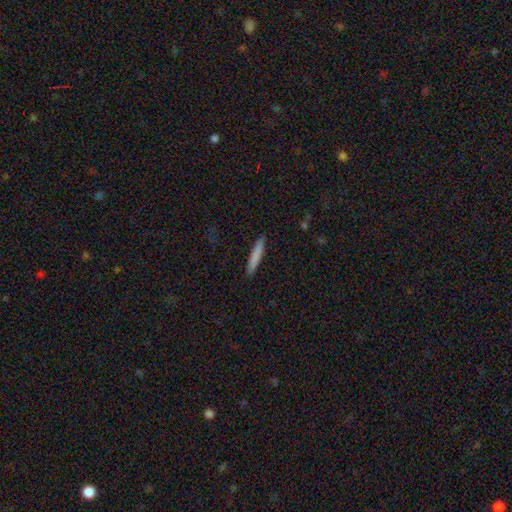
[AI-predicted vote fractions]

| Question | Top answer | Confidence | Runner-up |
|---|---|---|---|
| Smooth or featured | smooth | 80% | featured or disk (14%) |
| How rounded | cigar-shaped | 94% | in between (5%) |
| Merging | none | 90% | minor disturbance (7%) |